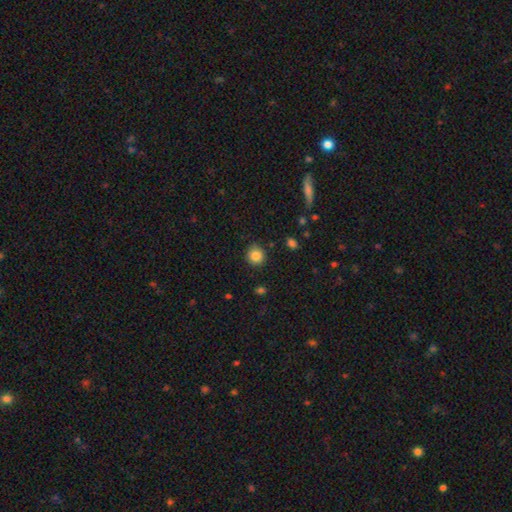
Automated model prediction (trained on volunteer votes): Smooth or featured: smooth — 84% (star or artifact — 10%)
How rounded: round — 91% (in between — 8%)
Merging: none — 87% (minor disturbance — 9%)